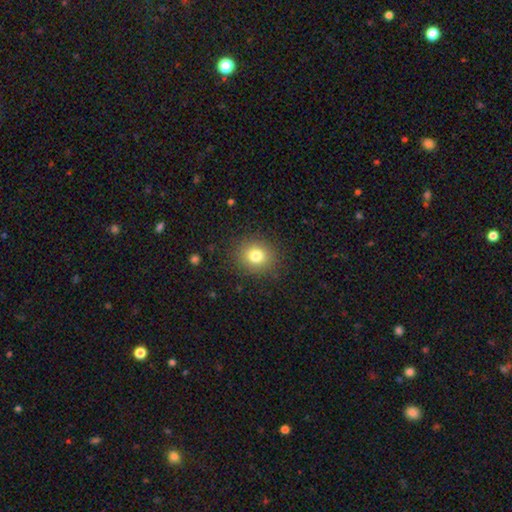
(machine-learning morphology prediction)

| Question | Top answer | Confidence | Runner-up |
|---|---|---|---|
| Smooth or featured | smooth | 80% | star or artifact (12%) |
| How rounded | round | 80% | in between (19%) |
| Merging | none | 88% | minor disturbance (8%) |